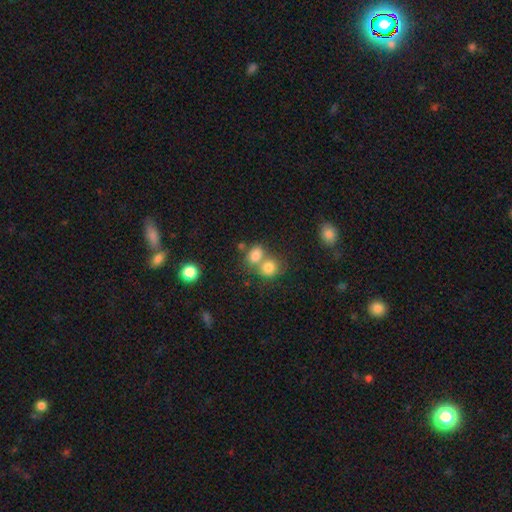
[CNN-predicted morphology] Smooth or featured: smooth — 79% (star or artifact — 11%)
How rounded: in between — 57% (round — 42%)
Merging: merger — 55% (none — 33%)